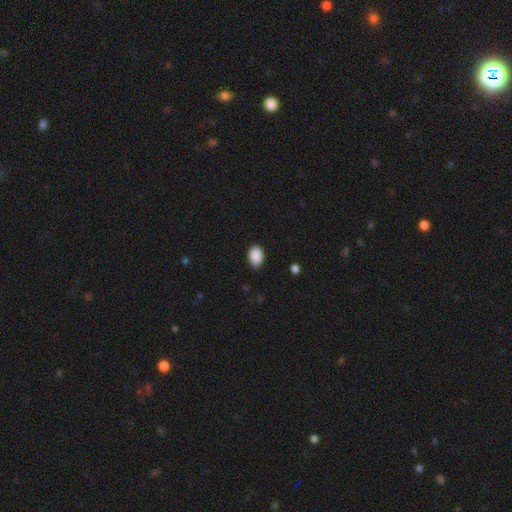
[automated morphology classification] Smooth or featured? smooth (90%)
How rounded? in between (80%)
Merging? none (86%)